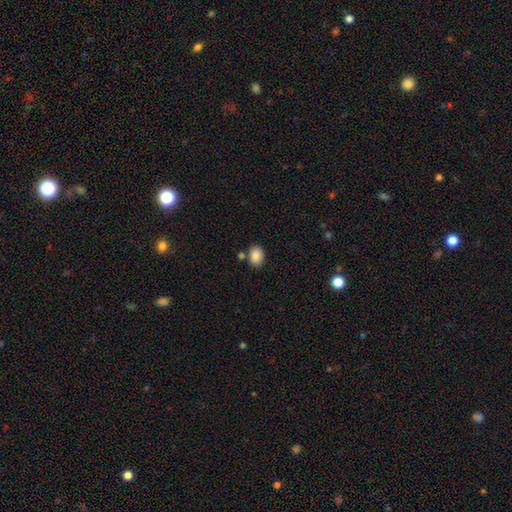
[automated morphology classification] This appears to be a smooth galaxy with no disk features (88%) that is in between round and cigar-shaped (69%). Merging: none (76%).